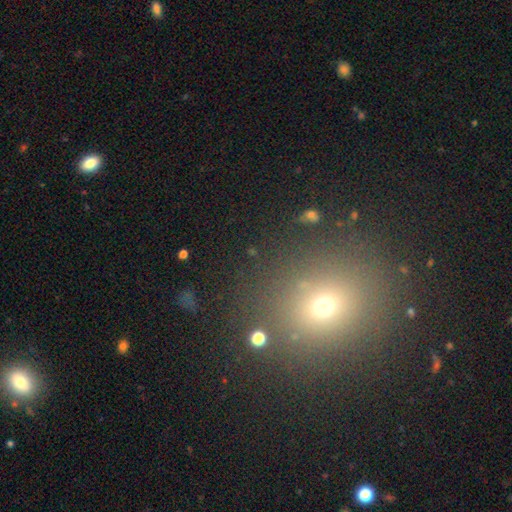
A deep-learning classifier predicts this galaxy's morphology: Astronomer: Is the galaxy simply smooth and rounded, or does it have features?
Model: smooth — 56% (runner-up: star or artifact, 35%).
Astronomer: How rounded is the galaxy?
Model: round — 76%.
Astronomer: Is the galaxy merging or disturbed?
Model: none — 86%.